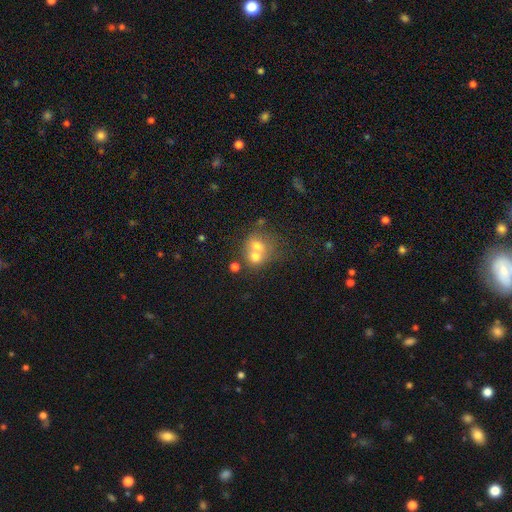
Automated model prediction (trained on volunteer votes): smooth-or-featured: smooth: 63% | featured or disk: 25% | star or artifact: 12%
  how-rounded: round: 64% | in between: 35% | cigar-shaped: 1%
  merging: merger: 63% | none: 25% | minor disturbance: 8% | major disturbance: 5%